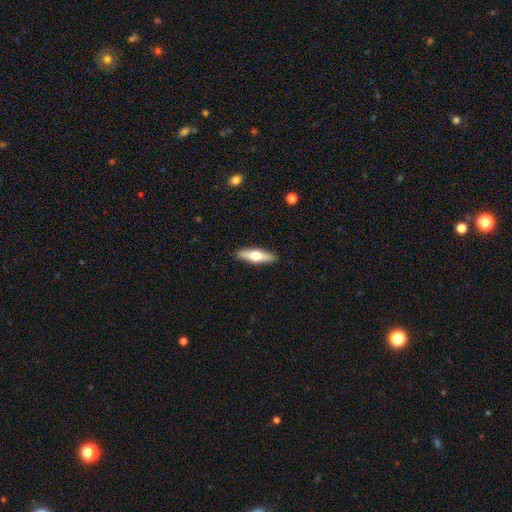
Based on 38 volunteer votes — smooth-or-featured: smooth: 55% | featured or disk: 45% | star or artifact: 0%
  how-rounded: cigar-shaped: 90% | in between: 10% | round: 0%
  merging: none: 97% | minor disturbance: 3% | major disturbance: 0% | merger: 0%